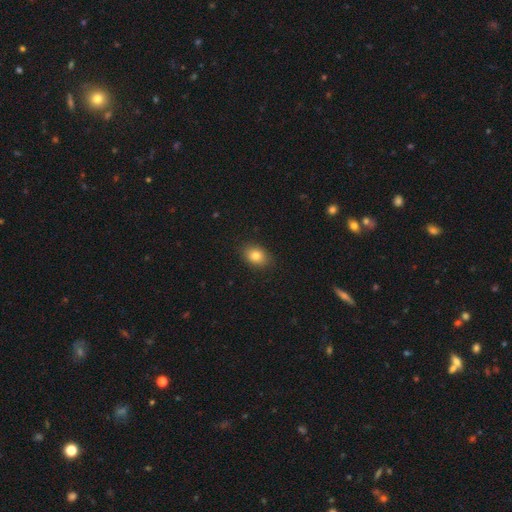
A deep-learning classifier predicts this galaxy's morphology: This is clearly a smooth galaxy (81%). How rounded: likely in between (70%). Merging: clearly none (87%).